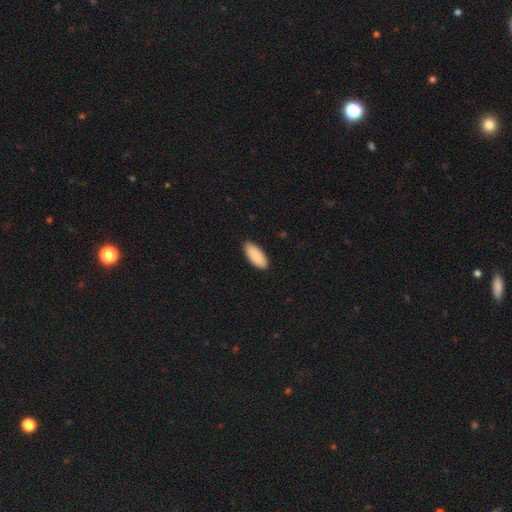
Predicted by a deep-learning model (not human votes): The model was most divided on "how rounded": in between: 89%, cigar-shaped: 9%, round: 2%. More confident: smooth or featured — smooth (91%); merging — none (90%).